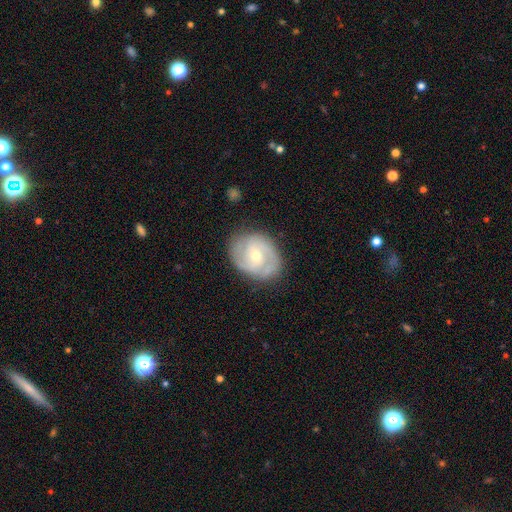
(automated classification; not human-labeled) A featured or disk galaxy (80%) with no bar (49%), 2 (63%) tight (48%) spiral arms (93%) and a moderate central bulge (49%). Merging: none (80%).